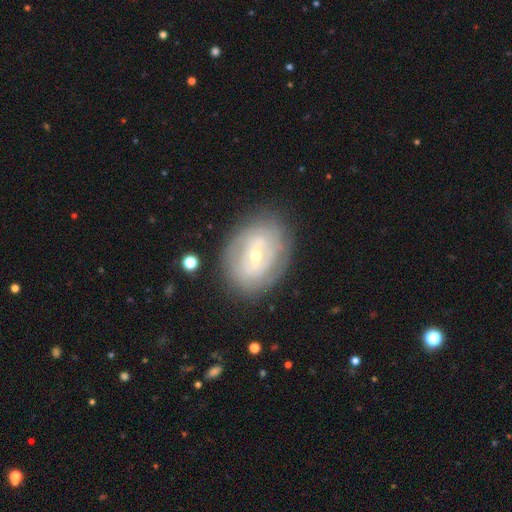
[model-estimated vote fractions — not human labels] This is likely a featured or disk galaxy (71%). It is clearly not viewed edge-on (95%). Bar: marginally weak (44%). Spiral arm pattern: likely yes (67%). Central bulge: possibly small (59%). Merging: clearly none (80%).